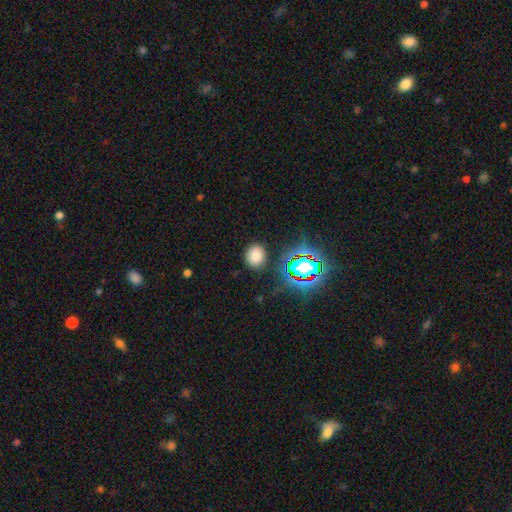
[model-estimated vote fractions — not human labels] Q: Smooth or featured?
A: smooth (74%); runner-up: star or artifact (19%)
Q: How rounded?
A: round (60%); runner-up: in between (39%)
Q: Merging?
A: none (84%); runner-up: minor disturbance (10%)